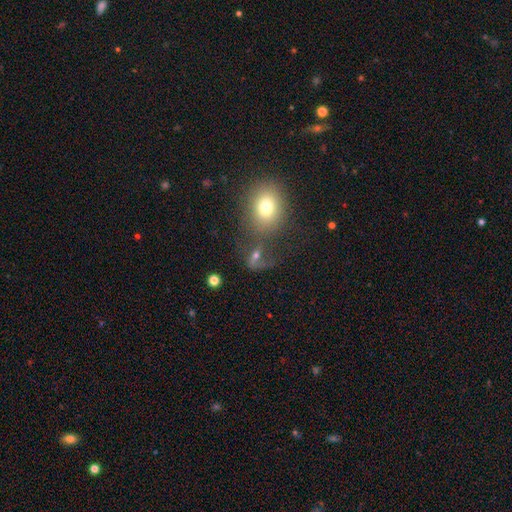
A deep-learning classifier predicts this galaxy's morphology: The model was most divided on "smooth or featured": smooth: 46%, featured or disk: 30%, star or artifact: 23%. Remaining: merging — none (41%).